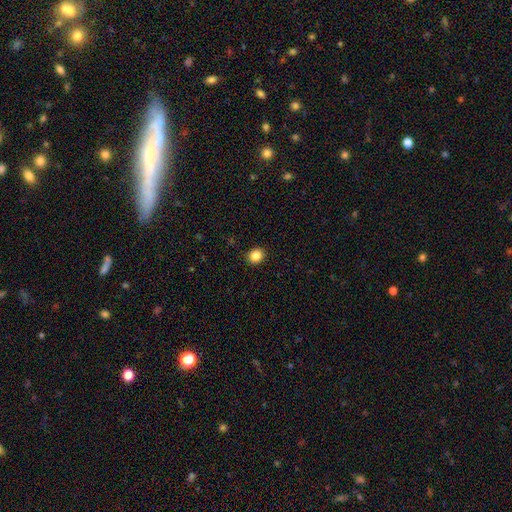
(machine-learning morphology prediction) This appears to be a smooth galaxy with no disk features (85%) that is round (72%). Merging: none (91%).